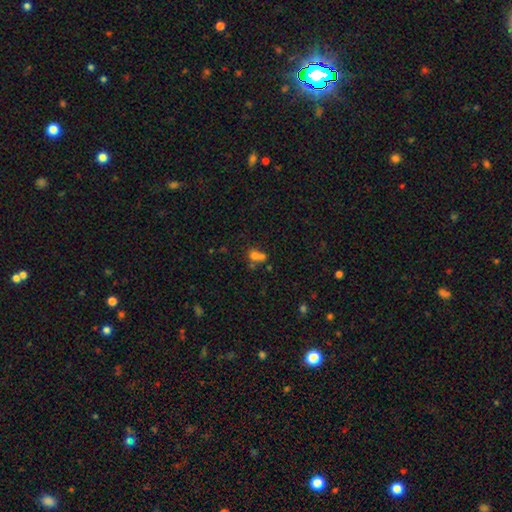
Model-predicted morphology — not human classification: smooth 66%, featured or disk 17%, star or artifact 17%. Down the decision tree: how rounded — round (74%); merging — merger (60%).